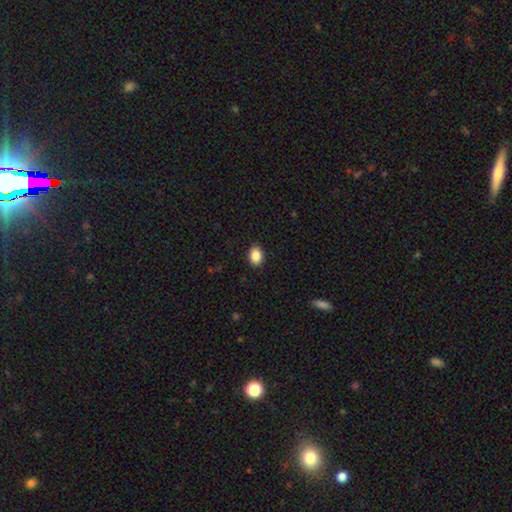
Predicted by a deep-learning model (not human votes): smooth 88%, star or artifact 8%, featured or disk 3%. Down the decision tree: how rounded — in between (69%); merging — none (90%).